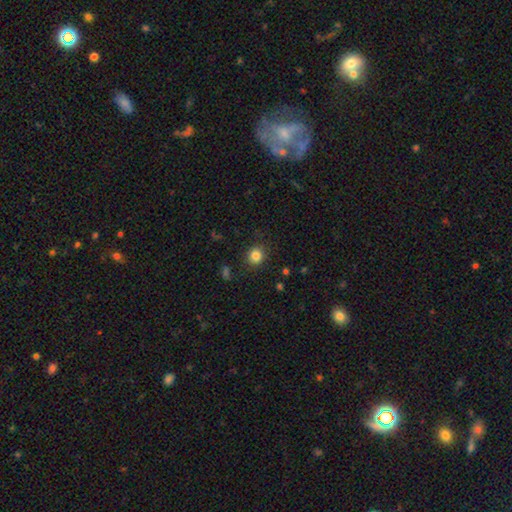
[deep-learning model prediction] Smooth or featured? smooth (84%)
How rounded? round (87%)
Merging? none (88%)